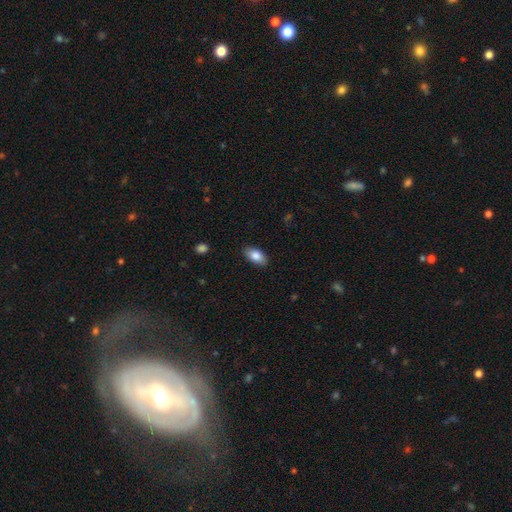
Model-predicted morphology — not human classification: This appears to be a smooth galaxy with no disk features (84%) that is in between round and cigar-shaped (92%). Merging: none (86%).